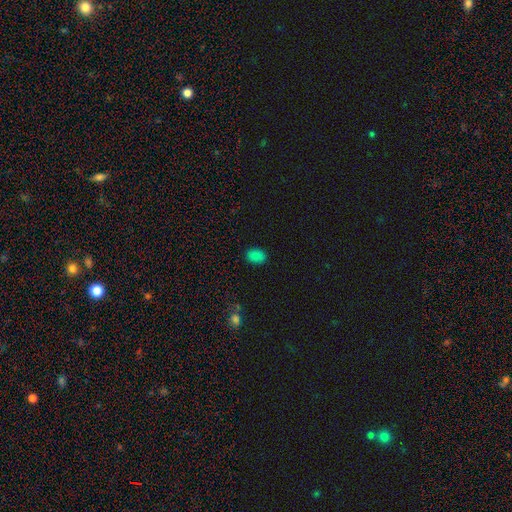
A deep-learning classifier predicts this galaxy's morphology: This appears to be a smooth galaxy with no disk features (82%) that is in between round and cigar-shaped (79%). Merging: none (86%).